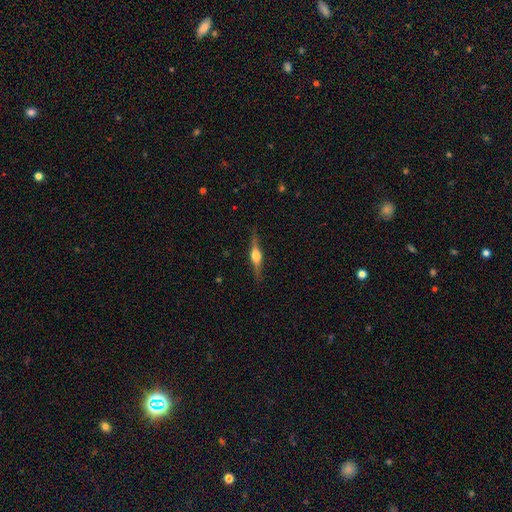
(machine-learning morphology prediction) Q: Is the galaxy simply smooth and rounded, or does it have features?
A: featured or disk — 71%.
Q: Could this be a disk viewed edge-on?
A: yes — 97%.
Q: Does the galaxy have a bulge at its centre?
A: rounded — 92%.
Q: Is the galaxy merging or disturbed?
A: none — 87%.